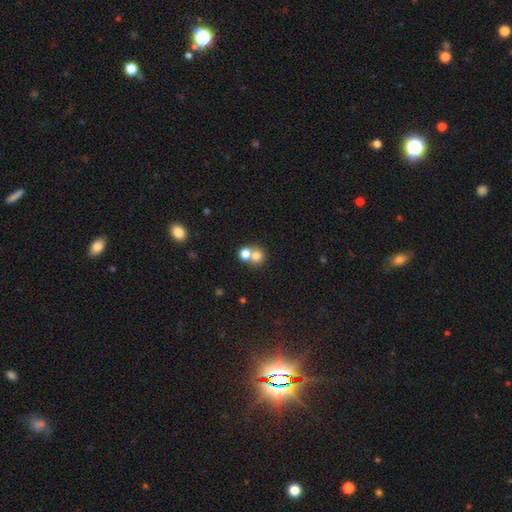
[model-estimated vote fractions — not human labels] smooth-or-featured: smooth: 75% | star or artifact: 13% | featured or disk: 13%
  how-rounded: round: 84% | in between: 16% | cigar-shaped: 1%
  merging: merger: 51% | none: 40% | minor disturbance: 6% | major disturbance: 3%